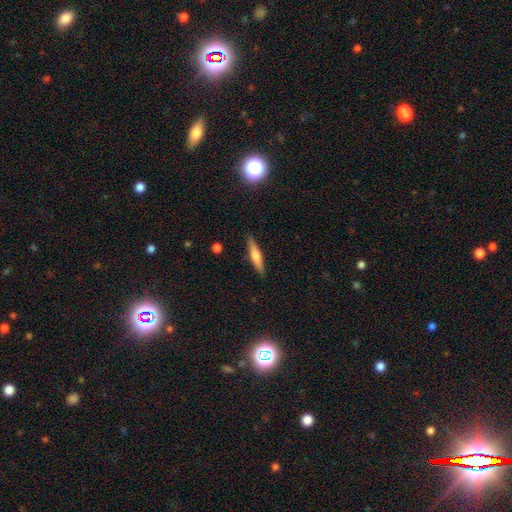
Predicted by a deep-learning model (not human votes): Overall: smooth (54%; featured or disk 39%). How rounded: cigar-shaped (85%). Merging: none (89%).